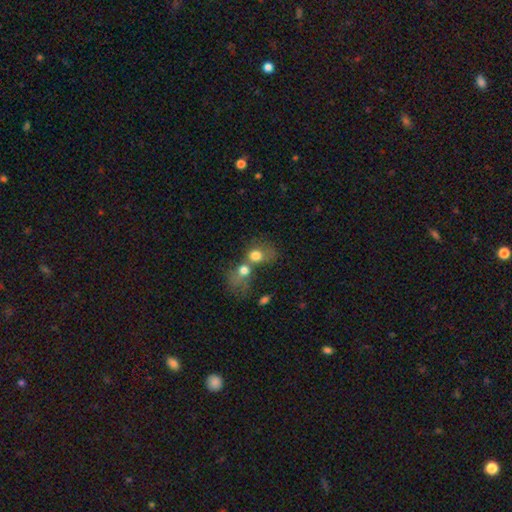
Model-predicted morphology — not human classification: Smooth or featured? Predicted: smooth (p=0.71). How rounded? Predicted: round (p=0.60). Merging? Predicted: merger (p=0.68).